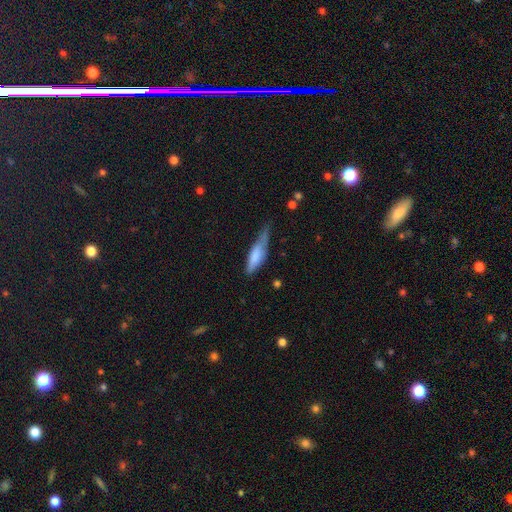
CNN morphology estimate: type=smooth (73%); roundness=cigar-shaped (56%); merging=minor disturbance (47%).